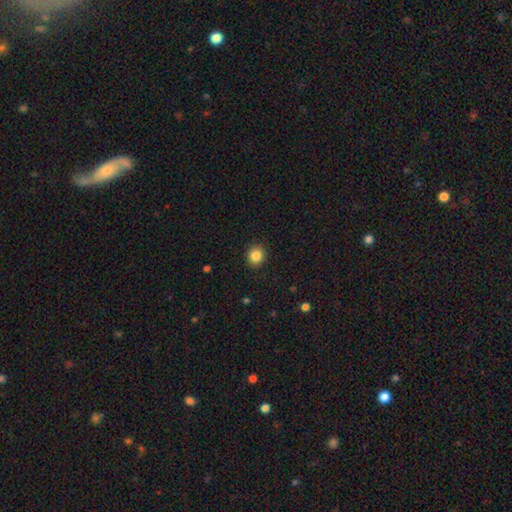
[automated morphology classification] Smooth or featured? Predicted: smooth (p=0.85). How rounded? Predicted: round (p=0.87). Merging? Predicted: none (p=0.91).